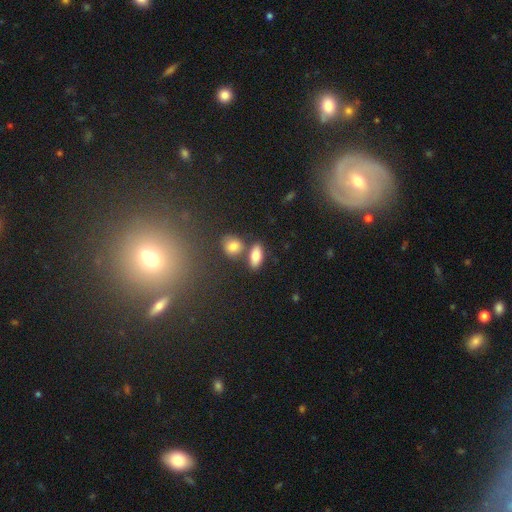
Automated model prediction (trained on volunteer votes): A smooth galaxy with no disk features (81%) that is in between round and cigar-shaped (82%).

Vote fractions:
- Smooth or featured? smooth: 81% / featured or disk: 10% / star or artifact: 8%
- How rounded? in between: 82% / cigar-shaped: 11% / round: 7%
- Merging? none: 69% / merger: 17% / minor disturbance: 11% / major disturbance: 3%